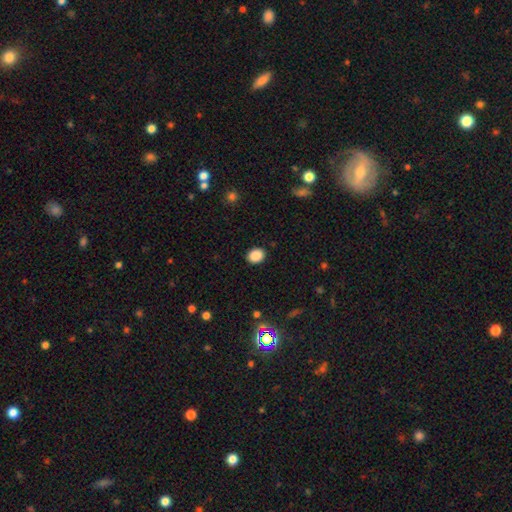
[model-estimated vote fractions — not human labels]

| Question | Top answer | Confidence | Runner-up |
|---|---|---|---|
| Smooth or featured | smooth | 88% | star or artifact (9%) |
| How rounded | round | 54% | in between (45%) |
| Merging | none | 90% | minor disturbance (7%) |